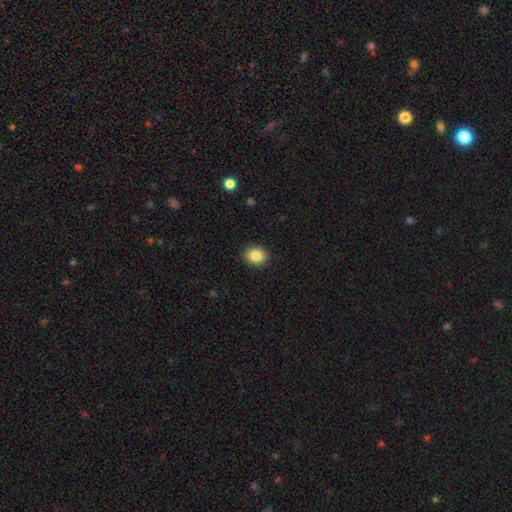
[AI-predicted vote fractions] smooth-or-featured: smooth: 86% | star or artifact: 9% | featured or disk: 5%
  how-rounded: round: 62% | in between: 37% | cigar-shaped: 1%
  merging: none: 90% | minor disturbance: 7% | major disturbance: 2% | merger: 1%